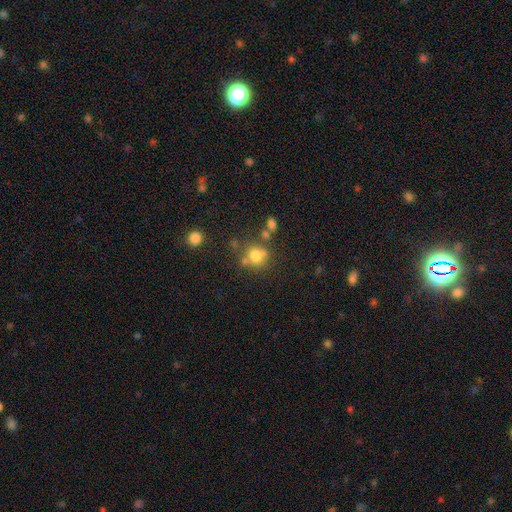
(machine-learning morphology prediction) This appears to be a smooth galaxy with no disk features (73%) that is round (82%). Merging: none (59%).